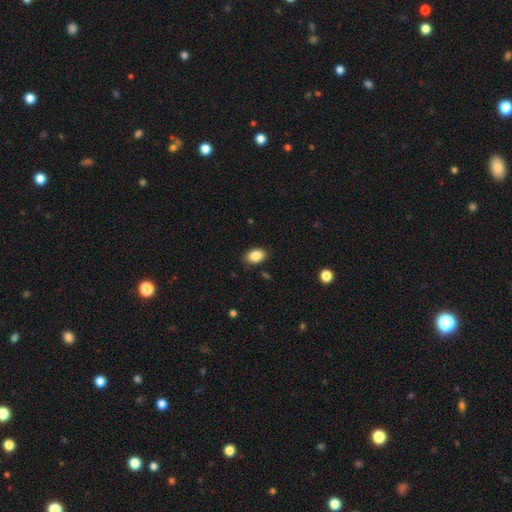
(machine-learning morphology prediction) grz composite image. It shows a smooth galaxy with no disk features (87%) that is in between round and cigar-shaped (82%). Merging: none (86%).